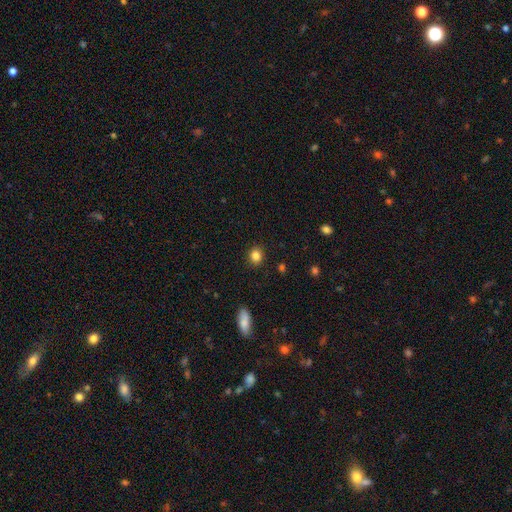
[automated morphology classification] smooth 85%, star or artifact 11%, featured or disk 5%. Down the decision tree: how rounded — round (74%); merging — none (89%).